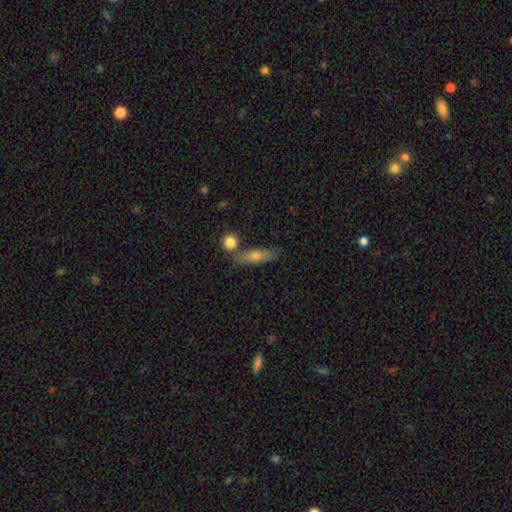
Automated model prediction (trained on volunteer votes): Smooth or featured?
  - smooth: 65% *
  - featured or disk: 26%
  - star or artifact: 8%
How rounded?
  - cigar-shaped: 61% *
  - in between: 34%
  - round: 5%
Merging?
  - none: 69% *
  - merger: 14%
  - minor disturbance: 14%
  - major disturbance: 4%